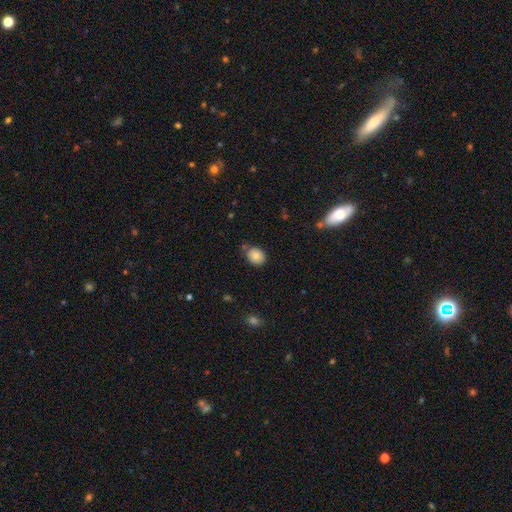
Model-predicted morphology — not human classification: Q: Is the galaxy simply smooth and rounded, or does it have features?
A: smooth — 80%.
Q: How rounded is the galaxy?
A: round — 57%.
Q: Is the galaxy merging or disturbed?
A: none — 74%.